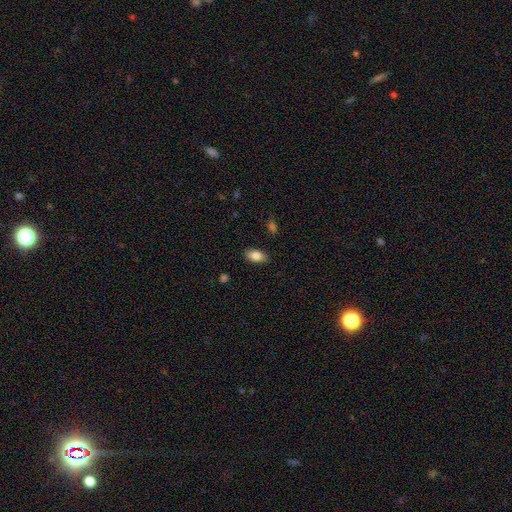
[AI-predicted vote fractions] A smooth galaxy with no disk features (85%) that is in between round and cigar-shaped (91%).

Vote fractions:
- Smooth or featured? smooth: 85% / star or artifact: 8% / featured or disk: 7%
- How rounded? in between: 91% / round: 5% / cigar-shaped: 4%
- Merging? none: 87% / minor disturbance: 9% / major disturbance: 2% / merger: 1%